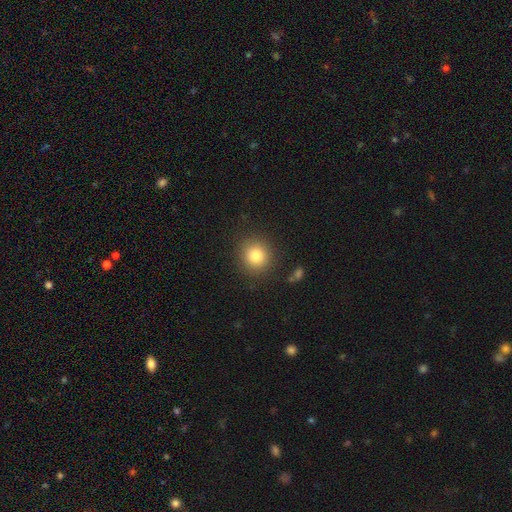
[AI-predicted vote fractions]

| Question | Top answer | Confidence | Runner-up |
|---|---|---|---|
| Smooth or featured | smooth | 83% | star or artifact (10%) |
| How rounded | round | 89% | in between (10%) |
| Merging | none | 87% | minor disturbance (8%) |